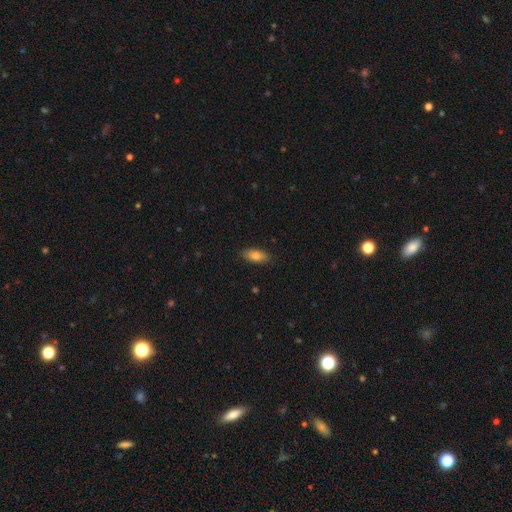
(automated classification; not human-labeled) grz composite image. It shows a smooth galaxy with no disk features (83%) that is in between round and cigar-shaped (84%). Merging: none (87%).